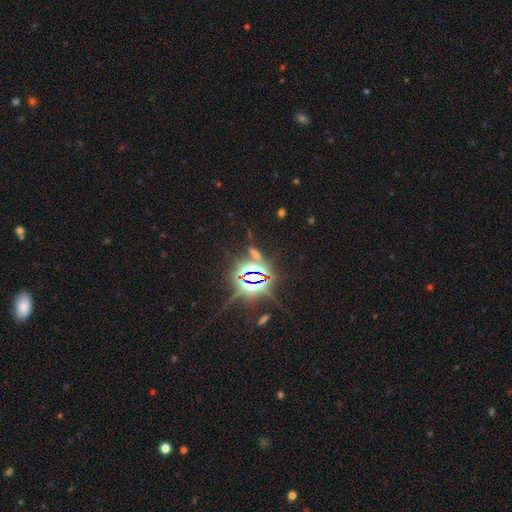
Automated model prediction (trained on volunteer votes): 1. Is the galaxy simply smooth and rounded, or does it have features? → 83% star or artifact, 9% featured or disk, 8% smooth.